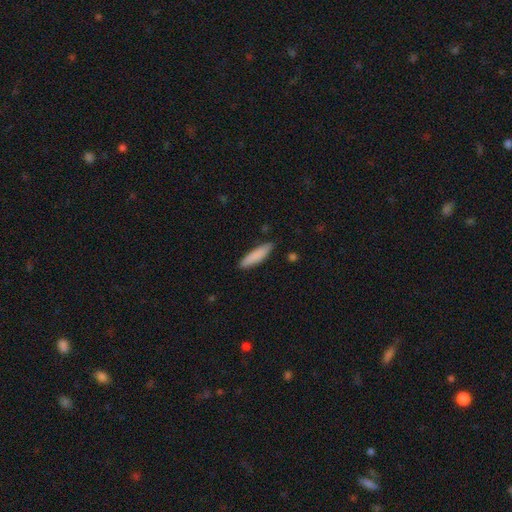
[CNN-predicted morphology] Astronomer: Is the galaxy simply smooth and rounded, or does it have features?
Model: smooth — 85%.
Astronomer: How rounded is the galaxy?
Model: cigar-shaped — 76%.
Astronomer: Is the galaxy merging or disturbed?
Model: none — 86%.